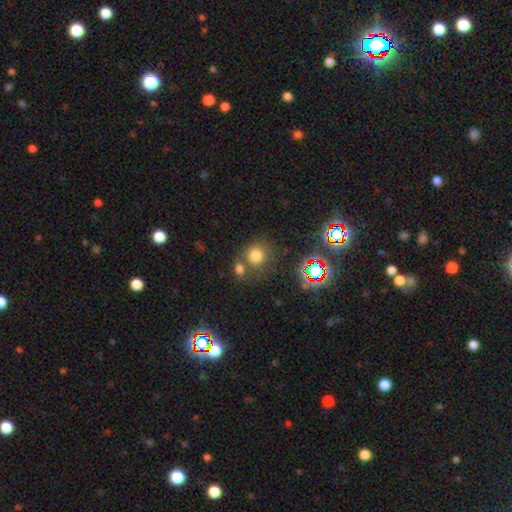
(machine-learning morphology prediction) Q: Smooth or featured?
A: smooth (73%); runner-up: star or artifact (19%)
Q: How rounded?
A: round (86%); runner-up: in between (13%)
Q: Merging?
A: none (60%); runner-up: merger (24%)